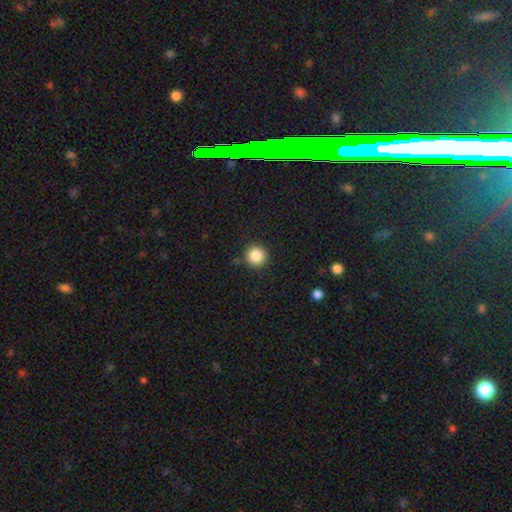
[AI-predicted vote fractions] Smooth or featured? smooth (86%)
How rounded? round (95%)
Merging? none (90%)